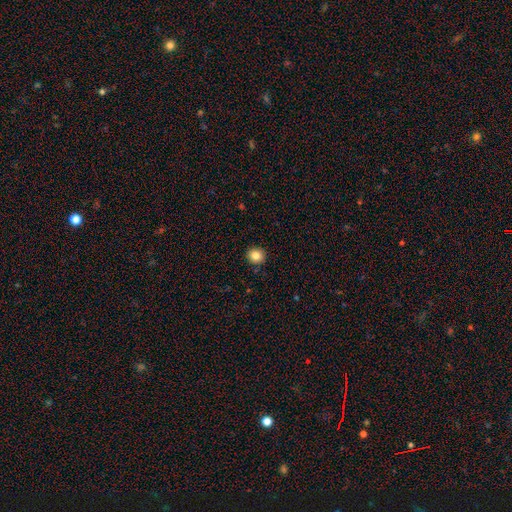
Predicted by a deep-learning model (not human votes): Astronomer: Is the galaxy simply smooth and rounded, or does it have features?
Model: smooth — 84%.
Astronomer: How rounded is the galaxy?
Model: round — 87%.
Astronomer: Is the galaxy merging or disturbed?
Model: none — 92%.